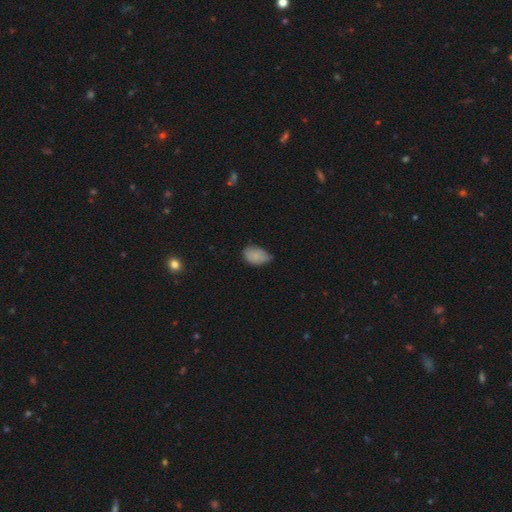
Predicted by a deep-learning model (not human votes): The model was most divided on "merging": minor disturbance: 49%, none: 40%, major disturbance: 9%, merger: 2%. More confident: how rounded — in between (87%); smooth or featured — smooth (81%).